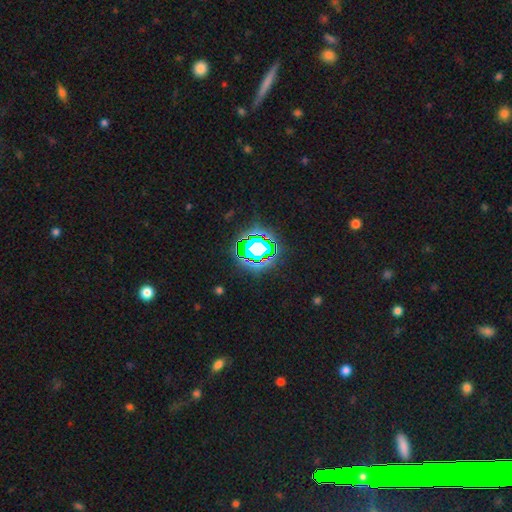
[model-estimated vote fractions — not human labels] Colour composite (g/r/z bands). It shows a star or artifact, not a galaxy (67%).